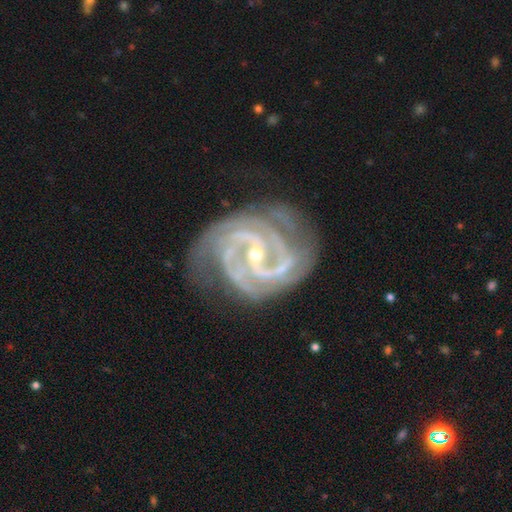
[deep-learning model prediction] Smooth or featured?
  - featured or disk: 93% *
  - star or artifact: 5%
  - smooth: 2%
Edge-on disk?
  - no: 98% *
  - yes: 2%
Bar?
  - weak: 37% * (tied)
  - strong: 37% * (tied)
  - no: 25%
Spiral arms?
  - yes: 99% *
  - no: 1%
Spiral winding?
  - tight: 51% *
  - medium: 43%
  - loose: 6%
Spiral arm count?
  - 2: 36% *
  - 3: 30%
  - 4: 12%
  - can't tell: 10%
  - more than 4: 6%
  - 1: 6%
Bulge size?
  - small: 72% *
  - moderate: 25%
  - none: 1%
  - large: 1%
  - dominant: 1%
Merging?
  - none: 67% *
  - minor disturbance: 21%
  - major disturbance: 10%
  - merger: 2%